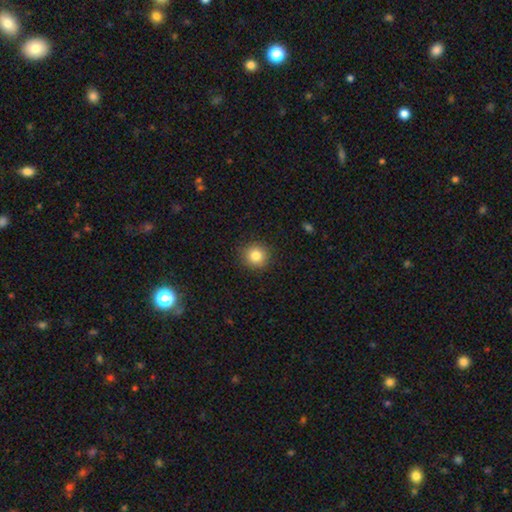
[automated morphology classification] smooth-or-featured: smooth: 83% | star or artifact: 11% | featured or disk: 6%
  how-rounded: round: 93% | in between: 6% | cigar-shaped: 1%
  merging: none: 91% | minor disturbance: 6% | major disturbance: 2% | merger: 1%